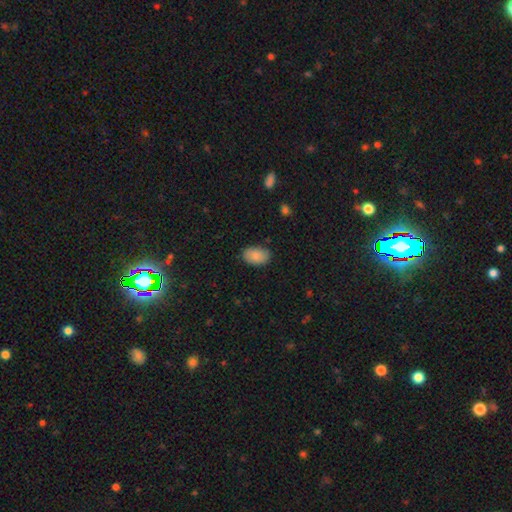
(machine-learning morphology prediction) The model was most divided on "merging": none: 84%, minor disturbance: 12%, major disturbance: 3%, merger: 1%. More confident: how rounded — in between (89%); smooth or featured — smooth (88%).